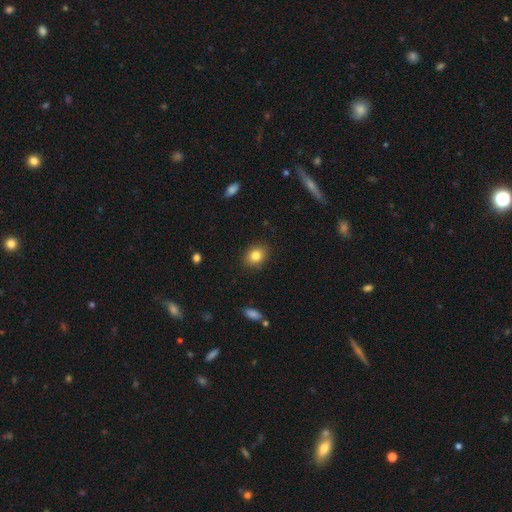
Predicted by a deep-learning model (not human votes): Smooth or featured? smooth (83%)
How rounded? round (52%)
Merging? none (89%)